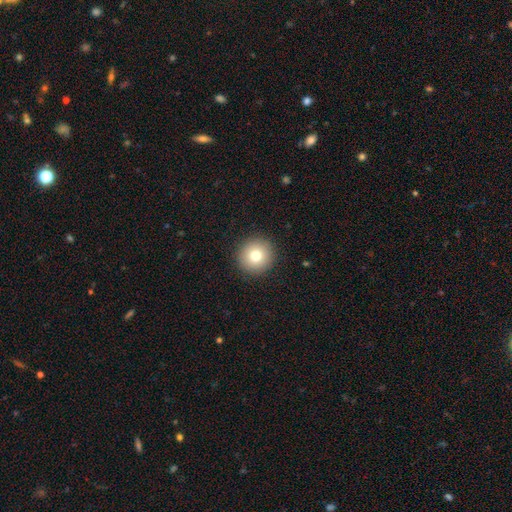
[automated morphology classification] Overall: smooth (77%). How rounded: round (96%). Merging: none (92%).